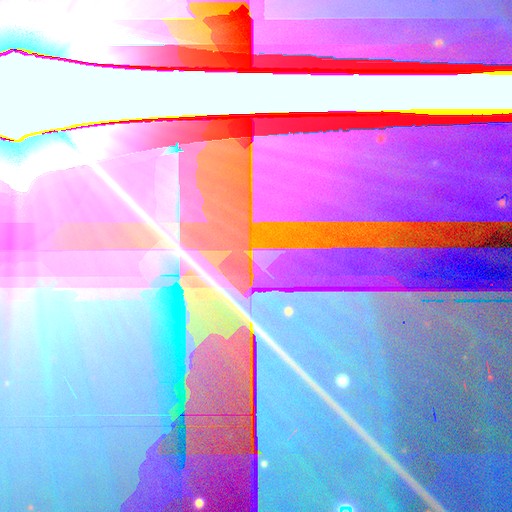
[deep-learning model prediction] smooth_or_featured: star or artifact (p=0.81) [alt: featured or disk p=0.13]